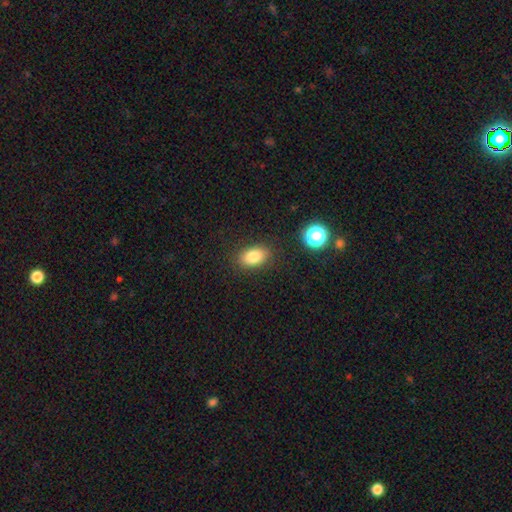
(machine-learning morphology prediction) Smooth or featured: smooth — 82% (star or artifact — 10%)
How rounded: in between — 86% (round — 12%)
Merging: none — 86% (minor disturbance — 10%)